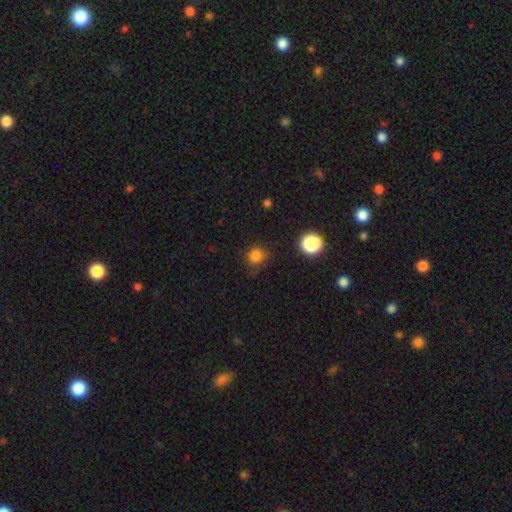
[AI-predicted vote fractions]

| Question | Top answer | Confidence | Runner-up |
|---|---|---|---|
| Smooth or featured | smooth | 80% | star or artifact (15%) |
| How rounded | round | 89% | in between (10%) |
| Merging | none | 76% | minor disturbance (16%) |